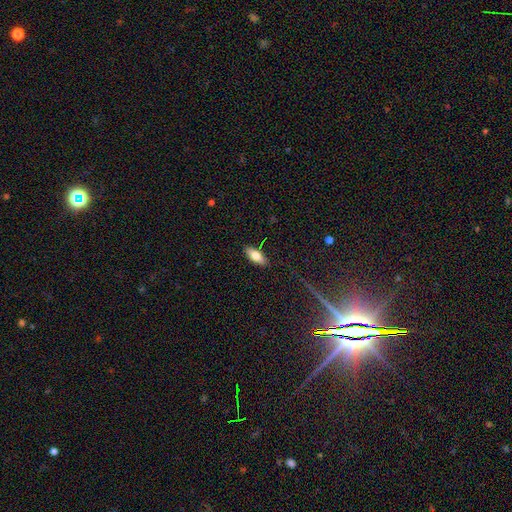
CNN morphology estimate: Q: Smooth or featured?
A: smooth (74%); runner-up: featured or disk (19%)
Q: How rounded?
A: in between (80%); runner-up: cigar-shaped (18%)
Q: Merging?
A: none (86%); runner-up: minor disturbance (10%)